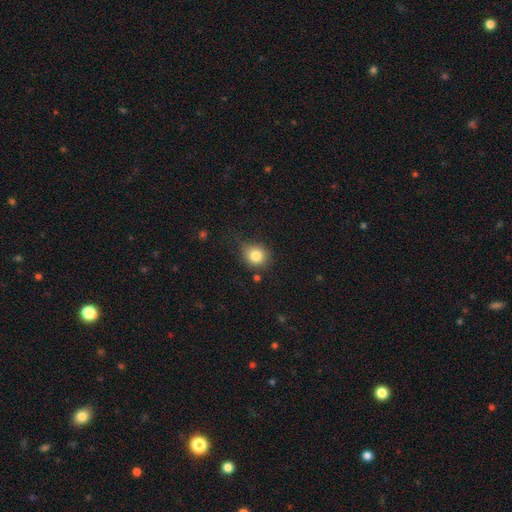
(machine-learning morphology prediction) Smooth or featured? Predicted: smooth (p=0.82). How rounded? Predicted: round (p=0.74). Merging? Predicted: none (p=0.67).